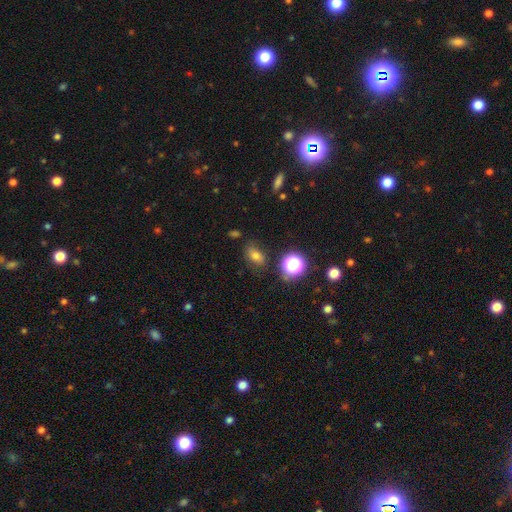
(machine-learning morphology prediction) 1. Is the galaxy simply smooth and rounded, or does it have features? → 70% smooth, 19% star or artifact, 11% featured or disk.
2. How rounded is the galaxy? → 75% in between, 22% round, 2% cigar-shaped.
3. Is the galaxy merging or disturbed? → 75% none, 17% minor disturbance, 5% major disturbance, 3% merger.